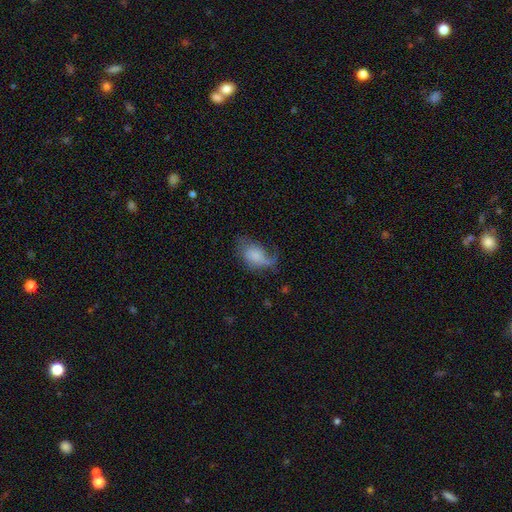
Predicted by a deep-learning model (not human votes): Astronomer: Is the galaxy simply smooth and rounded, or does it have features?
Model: smooth — 58% (runner-up: featured or disk, 33%).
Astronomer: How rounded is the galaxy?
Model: in between — 86%.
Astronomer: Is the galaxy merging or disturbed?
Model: major disturbance — 36% (runner-up: none, 32%).